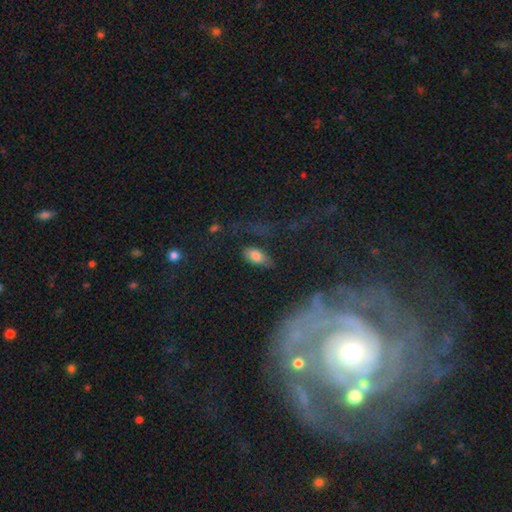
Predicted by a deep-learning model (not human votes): Smooth or featured? smooth (77%)
How rounded? in between (88%)
Merging? none (57%)